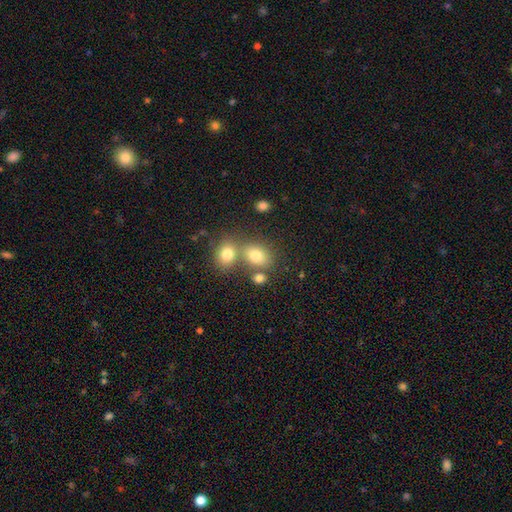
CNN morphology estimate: Smooth or featured? smooth (73%)
How rounded? in between (54%)
Merging? none (47%)